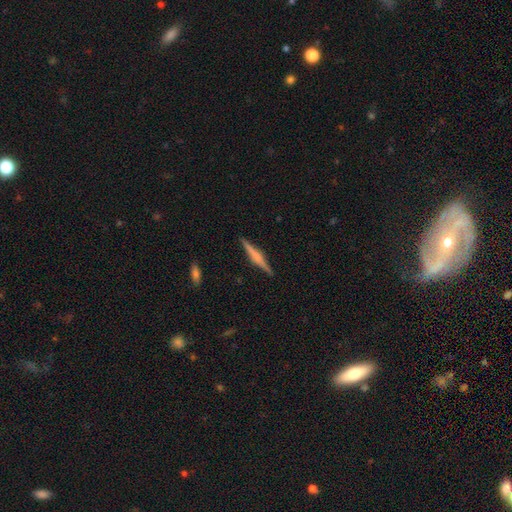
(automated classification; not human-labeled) Smooth or featured: featured or disk — 66% (smooth — 28%)
Edge-on disk: yes — 98% (no — 2%)
Edge-on bulge: rounded — 55% (boxy — 30%)
Merging: none — 90% (minor disturbance — 7%)